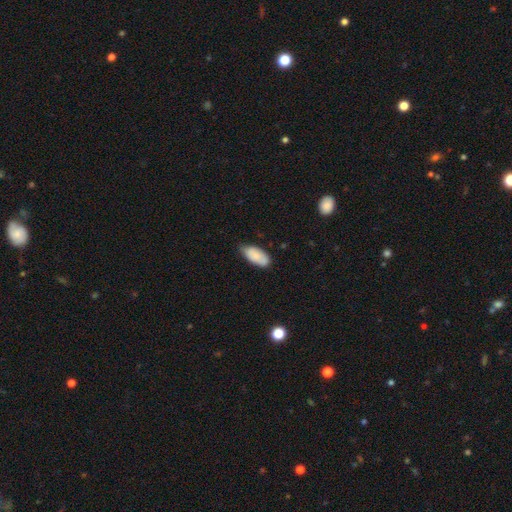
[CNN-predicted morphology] smooth_or_featured: smooth (p=0.83) [alt: featured or disk p=0.11]
how_rounded: in between (p=0.93) [alt: cigar-shaped p=0.05]
merging: none (p=0.58) [alt: minor disturbance p=0.35]